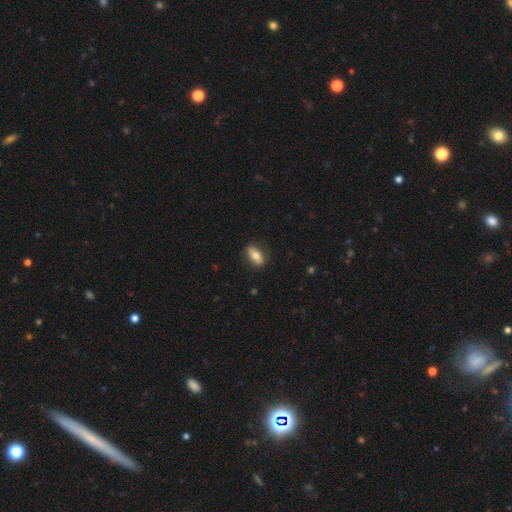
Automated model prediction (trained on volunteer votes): This is likely a smooth galaxy (70%). How rounded: likely in between (76%). Merging: clearly none (84%).